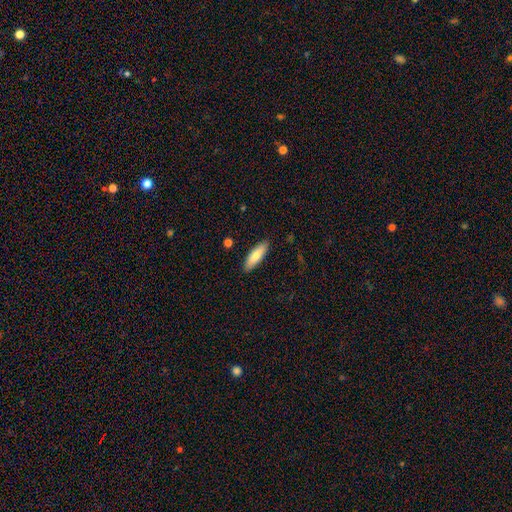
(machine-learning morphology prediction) The model was most divided on "how rounded": in between: 51%, cigar-shaped: 48%, round: 2%. More confident: merging — none (88%); smooth or featured — smooth (80%).